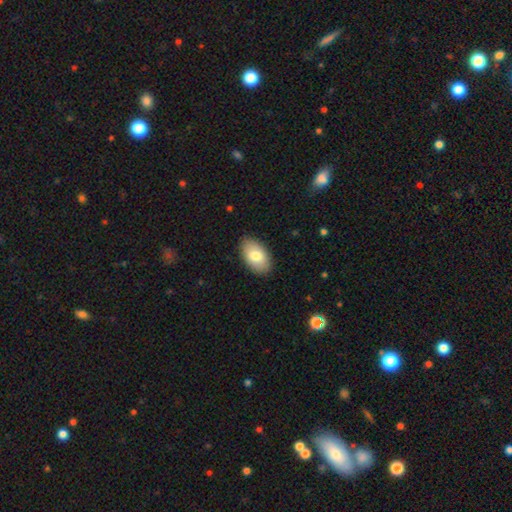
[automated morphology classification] This appears to be a smooth galaxy with no disk features (78%) that is in between round and cigar-shaped (94%). Merging: none (86%).